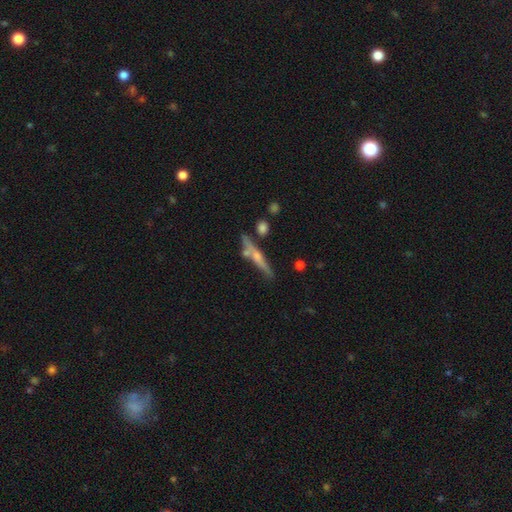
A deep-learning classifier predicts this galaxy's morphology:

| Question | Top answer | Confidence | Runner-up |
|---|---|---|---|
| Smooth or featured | featured or disk | 58% | smooth (35%) |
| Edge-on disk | yes | 94% | no (6%) |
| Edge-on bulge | rounded | 73% | none (20%) |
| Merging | none | 72% | minor disturbance (14%) |